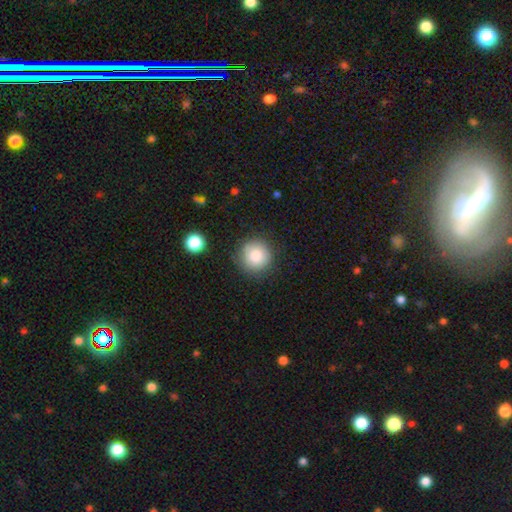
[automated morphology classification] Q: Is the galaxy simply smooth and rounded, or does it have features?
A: smooth — 85%.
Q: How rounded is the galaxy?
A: round — 94%.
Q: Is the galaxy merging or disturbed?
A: none — 84%.